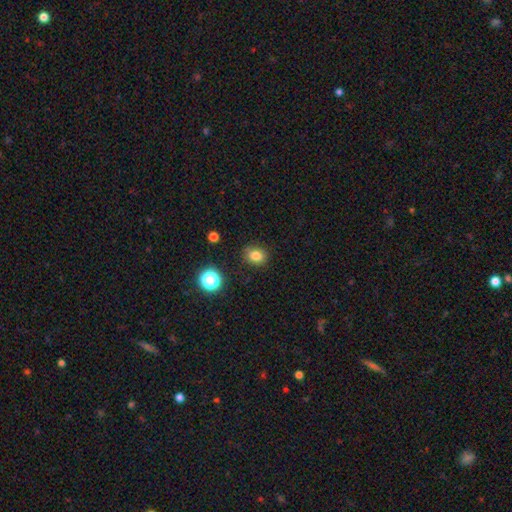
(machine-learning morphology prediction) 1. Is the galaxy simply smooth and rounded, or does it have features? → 81% smooth, 14% star or artifact, 5% featured or disk.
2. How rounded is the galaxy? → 55% round, 44% in between, 1% cigar-shaped.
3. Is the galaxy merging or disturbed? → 83% none, 12% minor disturbance, 3% major disturbance, 2% merger.